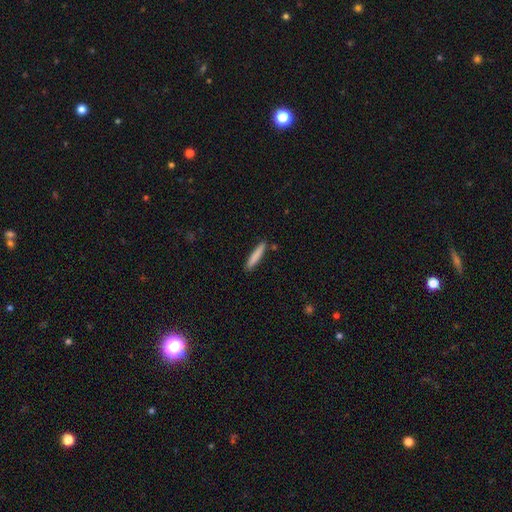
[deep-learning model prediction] Smooth or featured?
  - smooth: 83% *
  - featured or disk: 11%
  - star or artifact: 6%
How rounded?
  - cigar-shaped: 92% *
  - in between: 7%
  - round: 1%
Merging?
  - none: 88% *
  - minor disturbance: 8%
  - merger: 2%
  - major disturbance: 2%